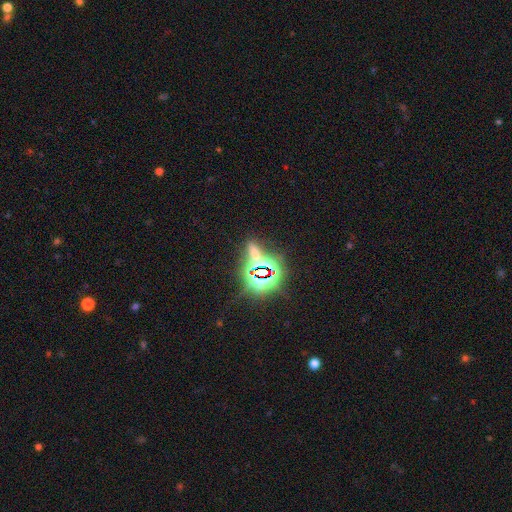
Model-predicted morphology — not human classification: The model was most divided on "smooth or featured": star or artifact: 70%, smooth: 21%, featured or disk: 9%.